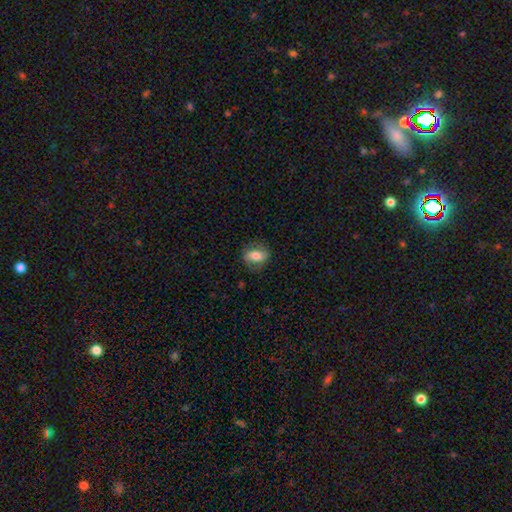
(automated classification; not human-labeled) This is likely a smooth galaxy (68%). How rounded: likely in between (74%). Merging: likely none (79%).